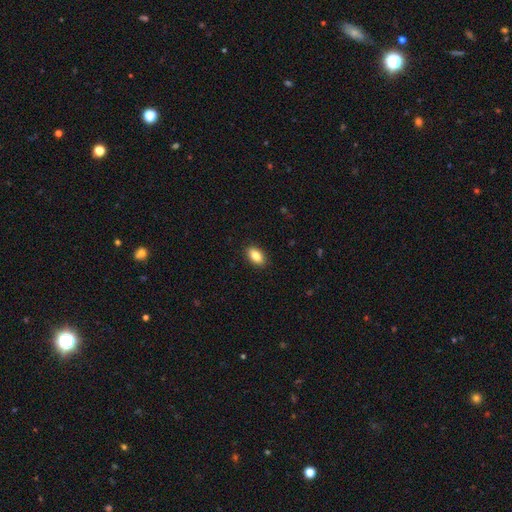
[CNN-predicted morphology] Smooth or featured: smooth — 85% (featured or disk — 8%)
How rounded: in between — 91% (round — 6%)
Merging: none — 89% (minor disturbance — 8%)